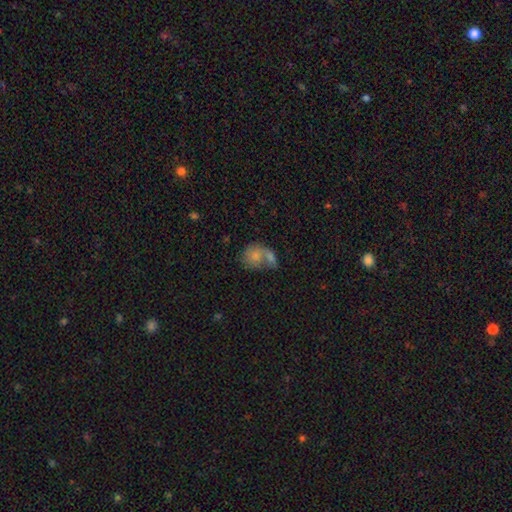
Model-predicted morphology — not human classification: type=smooth (69%); roundness=round (58%); merging=merger (55%).